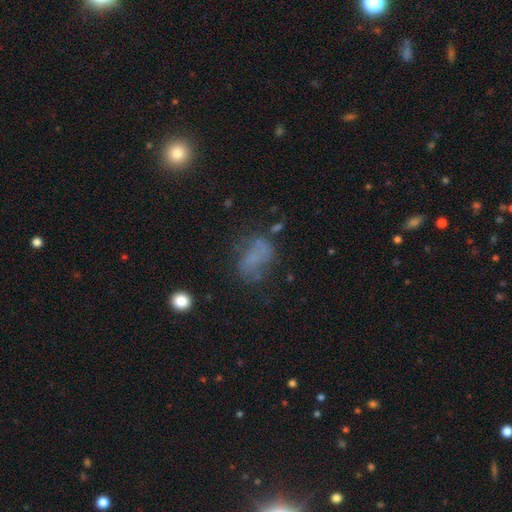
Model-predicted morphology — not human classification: smooth_or_featured: smooth (p=0.51) [alt: featured or disk p=0.30]
how_rounded: in between (p=0.79) [alt: round p=0.16]
merging: none (p=0.45) [alt: minor disturbance p=0.25]